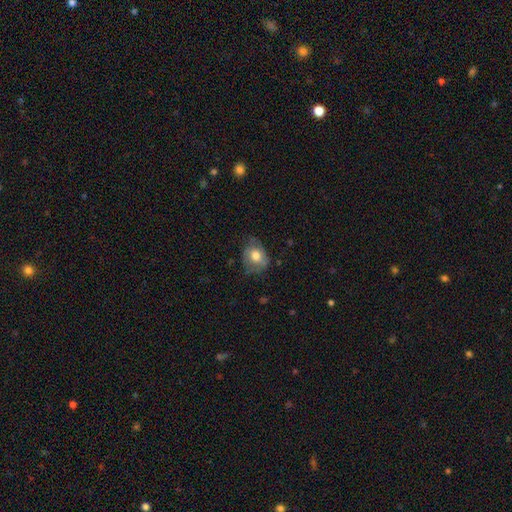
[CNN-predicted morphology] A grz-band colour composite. It shows a smooth galaxy with no disk features (70%) that is round (57%). Merging: none (56%).